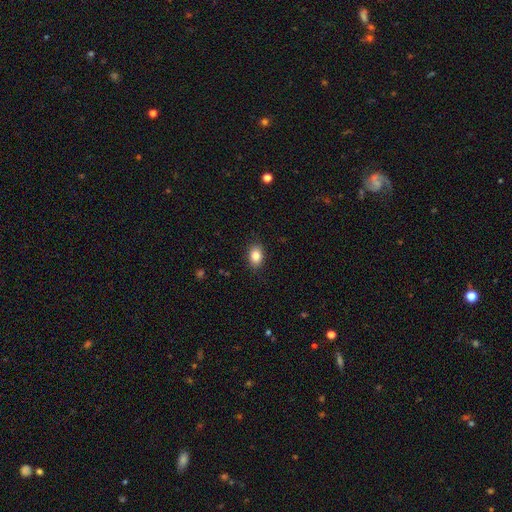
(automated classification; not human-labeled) smooth_or_featured: smooth (p=0.86) [alt: star or artifact p=0.08]
how_rounded: in between (p=0.80) [alt: round p=0.19]
merging: none (p=0.87) [alt: minor disturbance p=0.09]